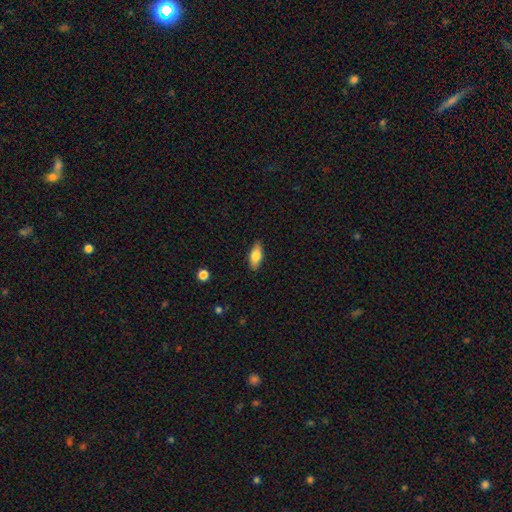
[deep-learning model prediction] This is likely a smooth galaxy (79%). How rounded: clearly in between (85%). Merging: clearly none (87%).